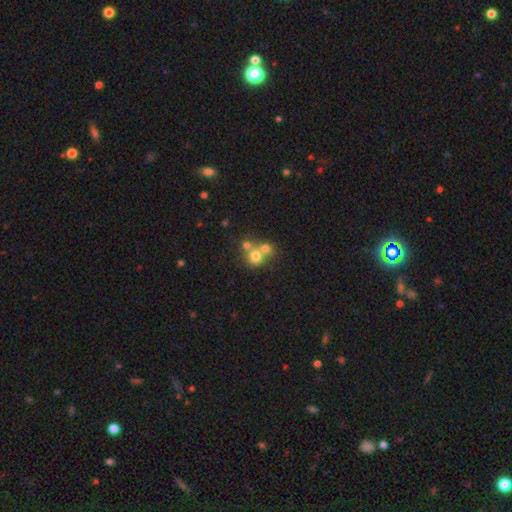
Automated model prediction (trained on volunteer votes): Q: Smooth or featured?
A: smooth (68%); runner-up: featured or disk (17%)
Q: How rounded?
A: round (84%); runner-up: in between (15%)
Q: Merging?
A: merger (54%); runner-up: none (37%)